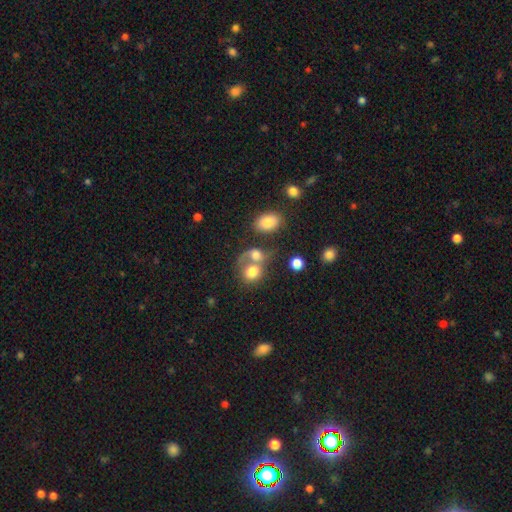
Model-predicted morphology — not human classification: Smooth or featured: smooth — 69% (featured or disk — 19%)
How rounded: round — 57% (in between — 41%)
Merging: merger — 60% (none — 21%)